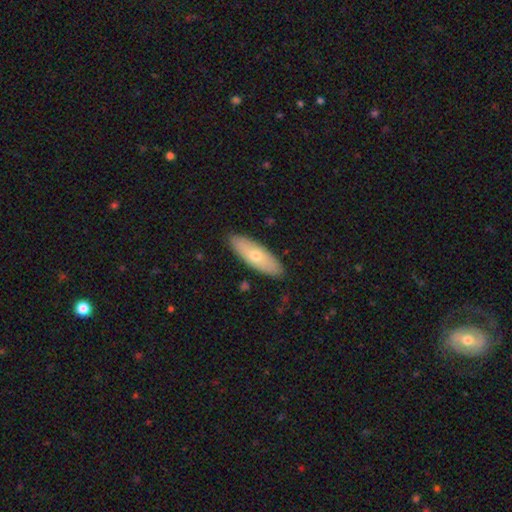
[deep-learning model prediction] Smooth or featured: smooth — 62% (featured or disk — 33%)
How rounded: in between — 61% (cigar-shaped — 36%)
Merging: none — 88% (minor disturbance — 9%)